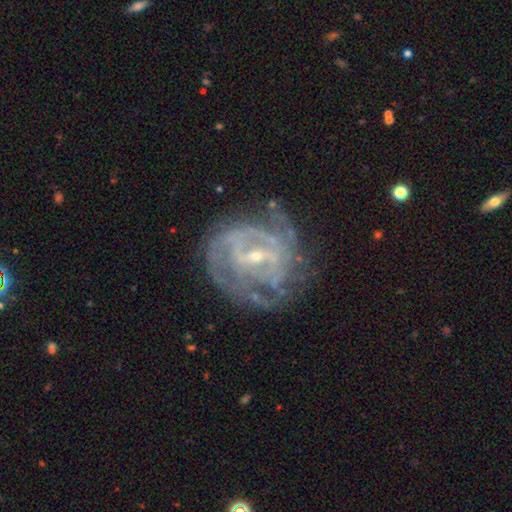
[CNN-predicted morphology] The model was most divided on "bar": weak: 47%, strong: 35%, no: 19%. Remaining: edge-on disk — no (97%); spiral arms — yes (87%); smooth or featured — featured or disk (86%); bulge size — small (71%); merging — none (62%); spiral winding — tight (61%); spiral arm count — can't tell (41%).